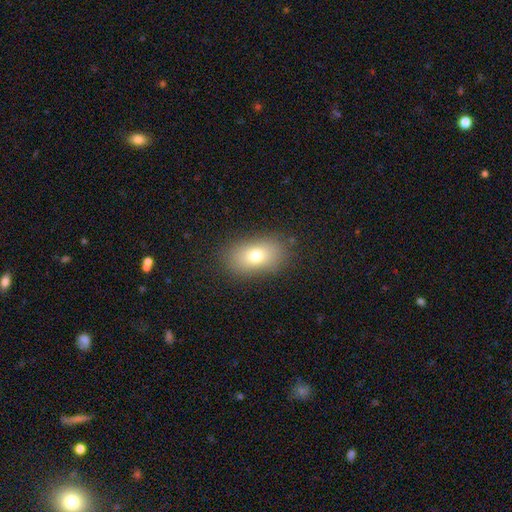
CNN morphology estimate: Smooth or featured?
  - smooth: 75% *
  - featured or disk: 14%
  - star or artifact: 11%
How rounded?
  - in between: 87% *
  - round: 11%
  - cigar-shaped: 2%
Merging?
  - none: 85% *
  - minor disturbance: 10%
  - major disturbance: 4%
  - merger: 1%